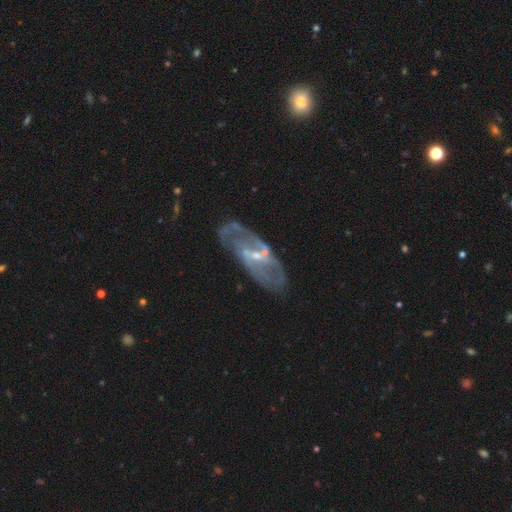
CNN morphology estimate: type=featured or disk (80%); edge-on=no (89%); bar=weak (44%); spiral arms=yes (71%); winding=medium (40%); arm count=2 (59%); bulge=small (66%); merging=none (61%).